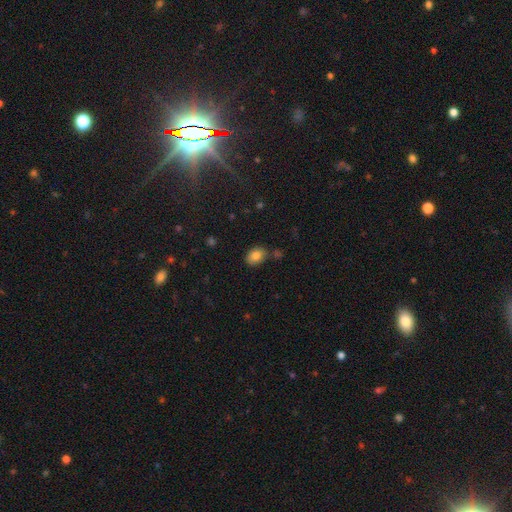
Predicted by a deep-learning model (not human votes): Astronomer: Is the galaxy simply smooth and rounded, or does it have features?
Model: smooth — 83%.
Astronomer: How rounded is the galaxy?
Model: in between — 77%.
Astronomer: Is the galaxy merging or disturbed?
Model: none — 77%.